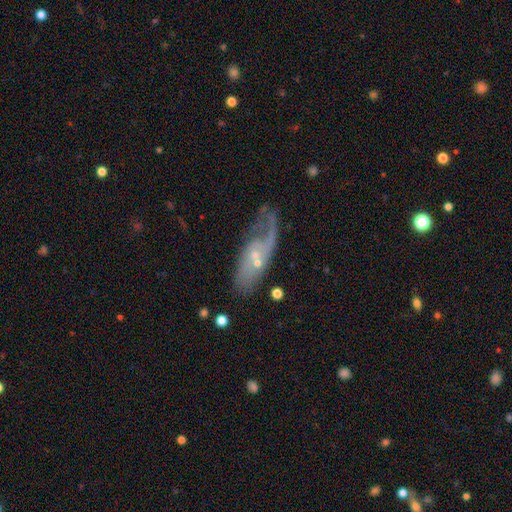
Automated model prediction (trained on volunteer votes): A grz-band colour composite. It shows a featured or disk galaxy (68%) with no bar (67%), spiral arms (72%) and a small central bulge (72%). Merging: none (38%).